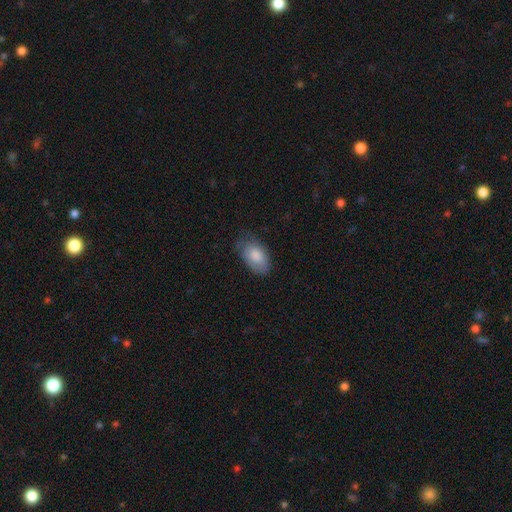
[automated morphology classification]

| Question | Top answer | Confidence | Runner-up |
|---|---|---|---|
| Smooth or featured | smooth | 80% | featured or disk (14%) |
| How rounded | in between | 93% | round (5%) |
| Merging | none | 57% | minor disturbance (32%) |